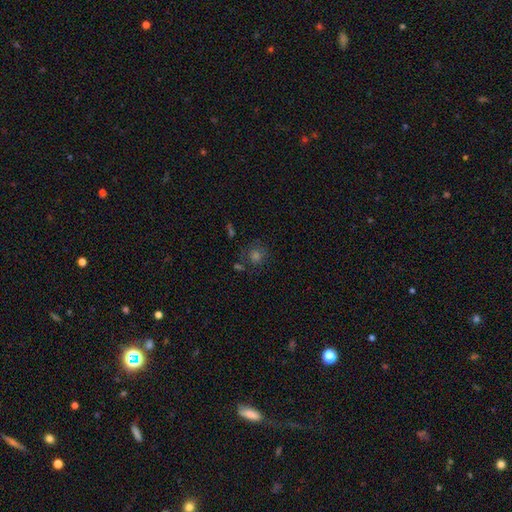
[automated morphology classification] smooth 50%, star or artifact 33%, featured or disk 17%. Down the decision tree: merging — none (76%).